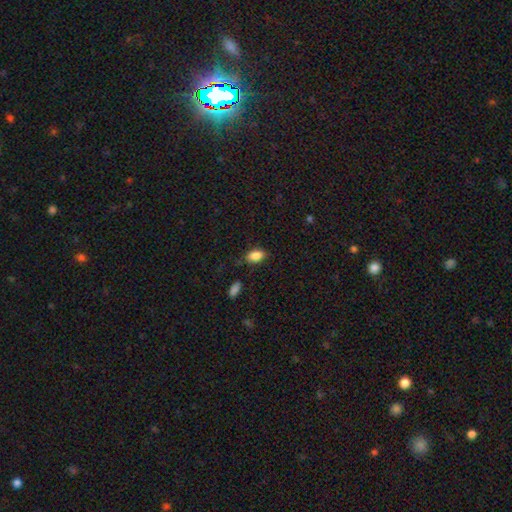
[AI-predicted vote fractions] Overall: smooth (86%). How rounded: in between (90%). Merging: none (76%).